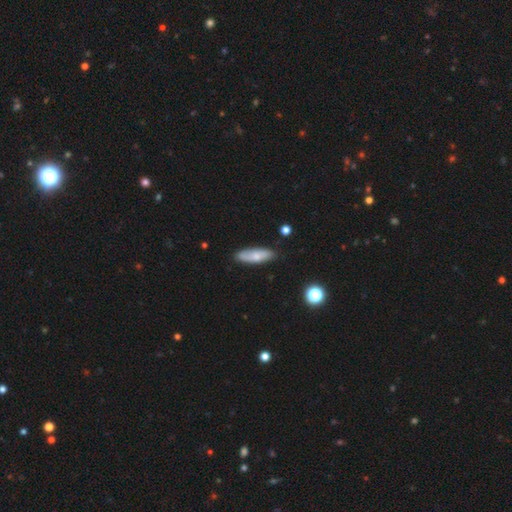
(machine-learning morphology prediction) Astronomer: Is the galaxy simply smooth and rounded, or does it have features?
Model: smooth — 72%.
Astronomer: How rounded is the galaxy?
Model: cigar-shaped — 50% (runner-up: in between, 48%).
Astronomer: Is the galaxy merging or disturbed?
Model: none — 82%.